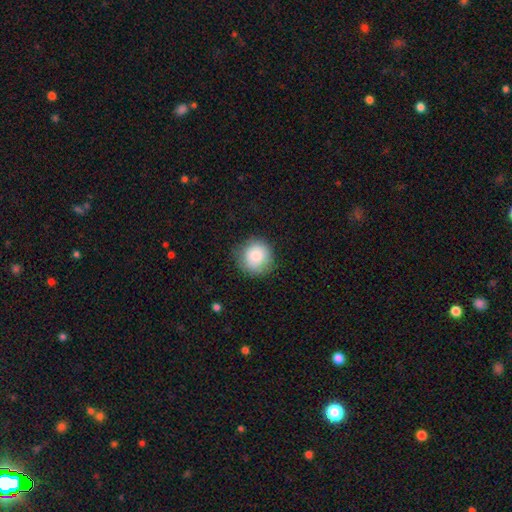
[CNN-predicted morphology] Smooth or featured: smooth — 84% (featured or disk — 8%)
How rounded: round — 92% (in between — 7%)
Merging: none — 82% (minor disturbance — 13%)